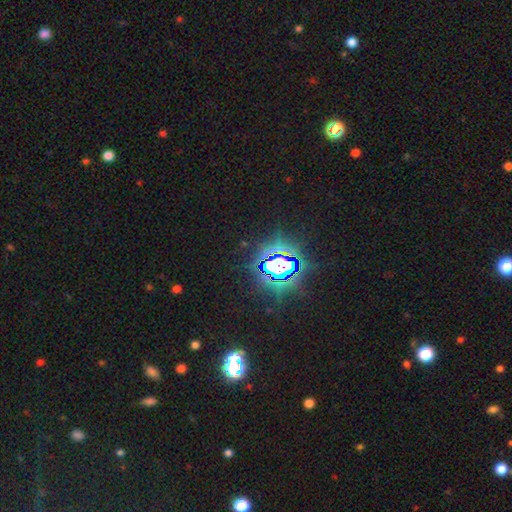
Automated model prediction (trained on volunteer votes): Morphology: type=star or artifact (83%).